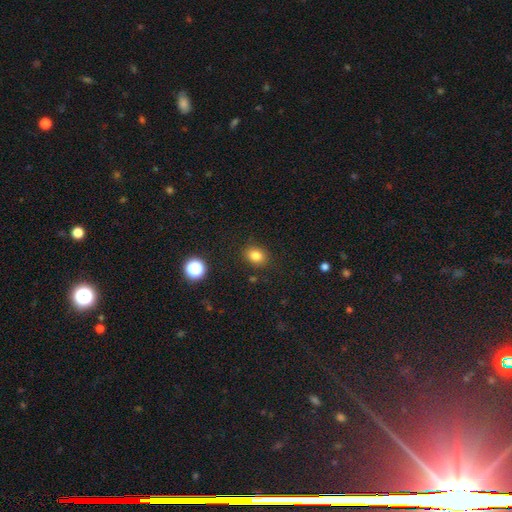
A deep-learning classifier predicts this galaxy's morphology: Overall: smooth (82%). How rounded: in between (50%; round 49%). Merging: none (86%).